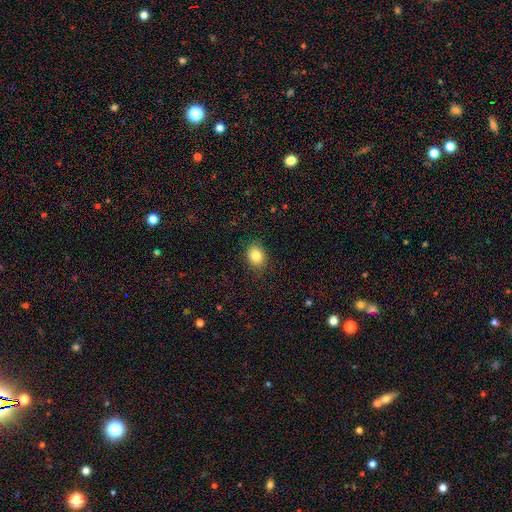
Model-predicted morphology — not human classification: A smooth galaxy with no disk features (84%) that is round (51%). Merging: none (87%).